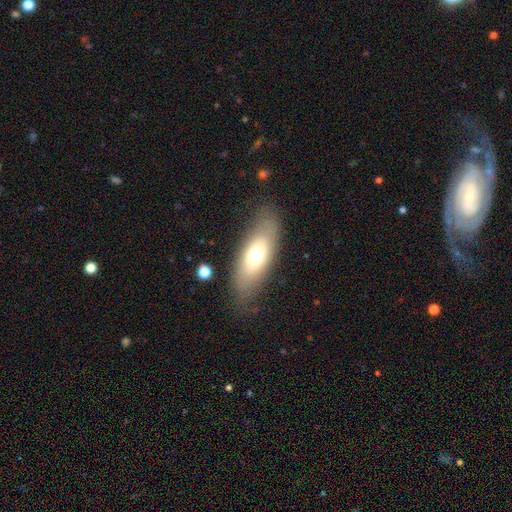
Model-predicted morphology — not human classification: A smooth galaxy with no disk features (63%) that is in between round and cigar-shaped (76%). Merging: none (80%).